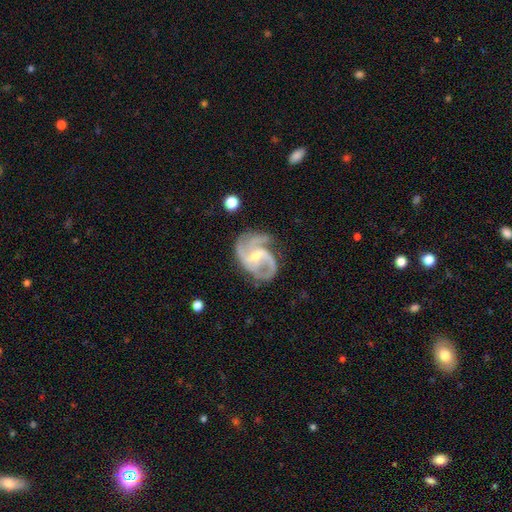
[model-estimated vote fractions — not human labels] Overall: featured or disk (92%). Edge-on disk: no (98%). Bar: weak (46%; no 36%). Spiral arms: yes (98%). Spiral arm count: 2 (44%; 3 38%). Spiral winding: medium (57%; tight 23%). Bulge size: small (61%; moderate 36%). Merging: none (63%).